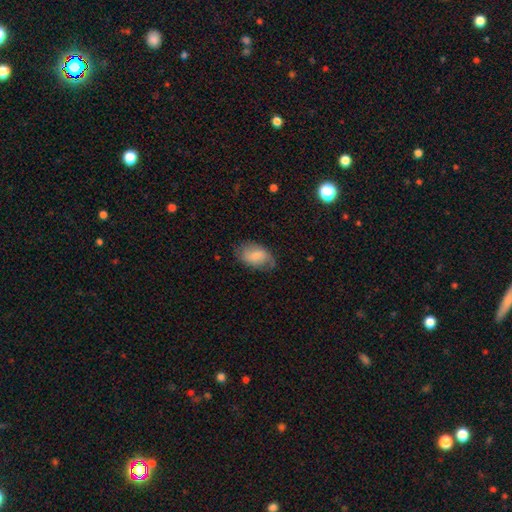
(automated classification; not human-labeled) smooth_or_featured: smooth (p=0.68) [alt: featured or disk p=0.25]
how_rounded: in between (p=0.91) [alt: round p=0.08]
merging: none (p=0.63) [alt: minor disturbance p=0.27]